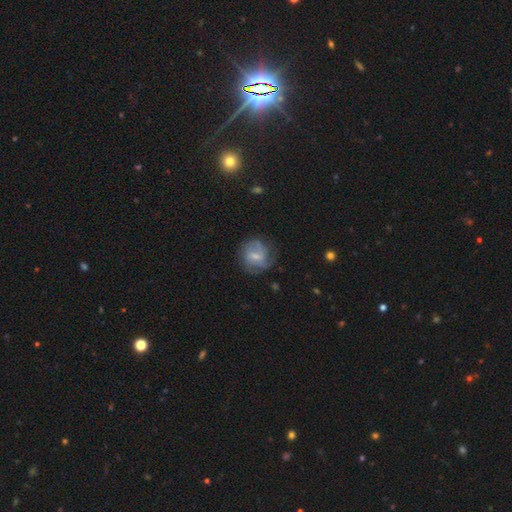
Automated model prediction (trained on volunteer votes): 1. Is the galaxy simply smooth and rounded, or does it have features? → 60% featured or disk, 33% smooth, 7% star or artifact.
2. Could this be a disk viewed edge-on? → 97% no, 3% yes.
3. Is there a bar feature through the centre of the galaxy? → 56% weak, 27% no, 17% strong.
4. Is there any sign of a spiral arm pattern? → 84% yes, 16% no.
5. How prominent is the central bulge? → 46% small, 37% moderate, 12% none, 3% large, 1% dominant.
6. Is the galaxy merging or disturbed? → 64% none, 22% minor disturbance, 12% major disturbance, 2% merger.